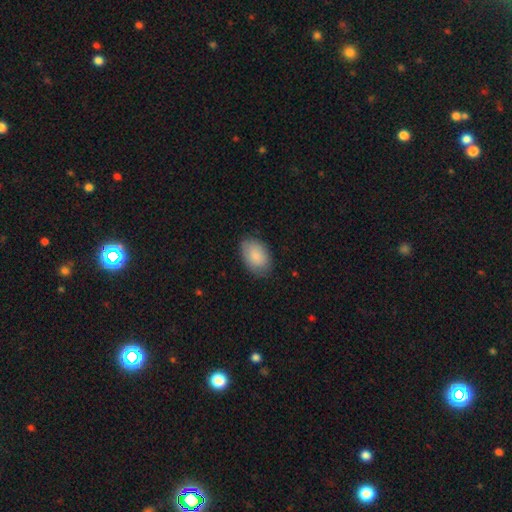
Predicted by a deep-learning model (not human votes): Smooth or featured?
  - smooth: 87% *
  - featured or disk: 7%
  - star or artifact: 6%
How rounded?
  - in between: 90% *
  - round: 9%
  - cigar-shaped: 1%
Merging?
  - none: 80% *
  - minor disturbance: 16%
  - major disturbance: 3%
  - merger: 1%